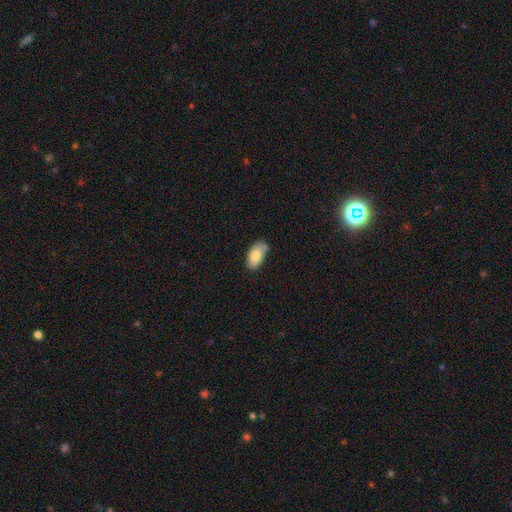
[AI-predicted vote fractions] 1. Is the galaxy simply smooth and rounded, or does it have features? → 83% smooth, 10% featured or disk, 7% star or artifact.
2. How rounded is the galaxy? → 94% in between, 3% cigar-shaped, 3% round.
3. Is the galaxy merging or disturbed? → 63% none, 25% minor disturbance, 7% merger, 5% major disturbance.